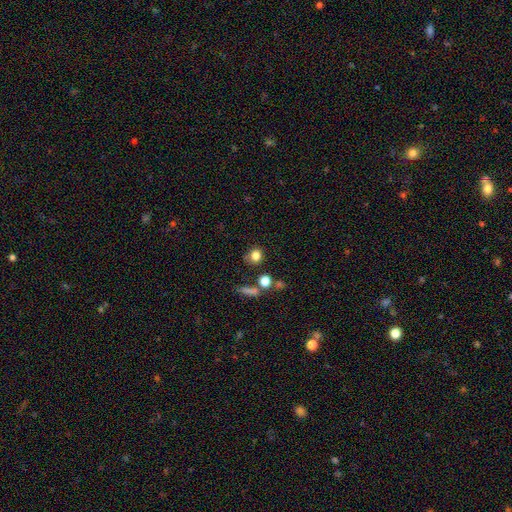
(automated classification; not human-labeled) A smooth galaxy with no disk features (80%) that is round (76%).

Vote fractions:
- Smooth or featured? smooth: 80% / star or artifact: 12% / featured or disk: 8%
- How rounded? round: 76% / in between: 23% / cigar-shaped: 2%
- Merging? none: 66% / minor disturbance: 16% / merger: 11% / major disturbance: 7%